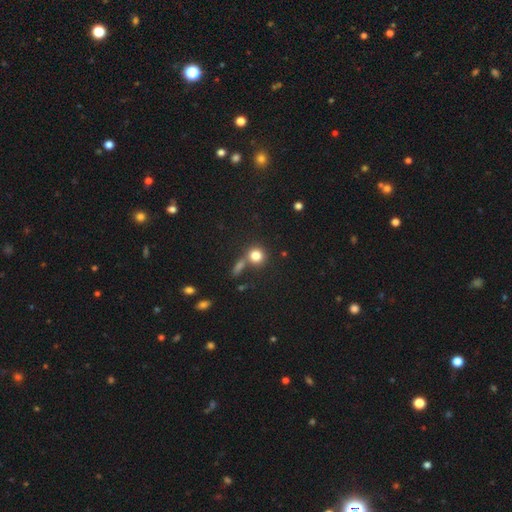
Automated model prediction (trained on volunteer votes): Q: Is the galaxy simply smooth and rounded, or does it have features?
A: smooth — 81%.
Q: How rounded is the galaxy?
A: round — 87%.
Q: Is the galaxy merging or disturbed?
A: none — 61%.